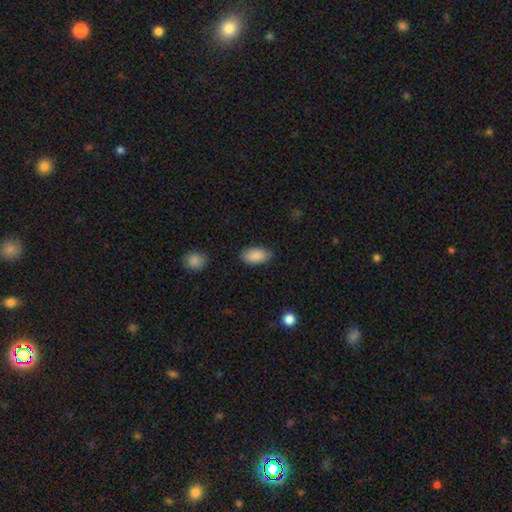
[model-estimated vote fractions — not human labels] A smooth galaxy with no disk features (89%) that is in between round and cigar-shaped (93%). Merging: none (83%).